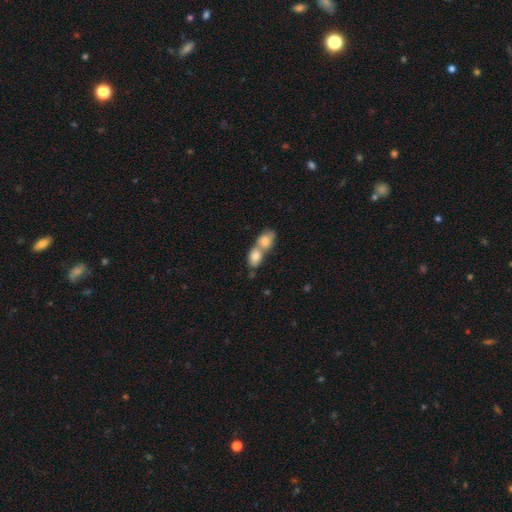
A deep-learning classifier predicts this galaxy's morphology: smooth_or_featured: smooth (p=0.80) [alt: featured or disk p=0.13]
how_rounded: in between (p=0.71) [alt: round p=0.26]
merging: merger (p=0.77) [alt: none p=0.16]